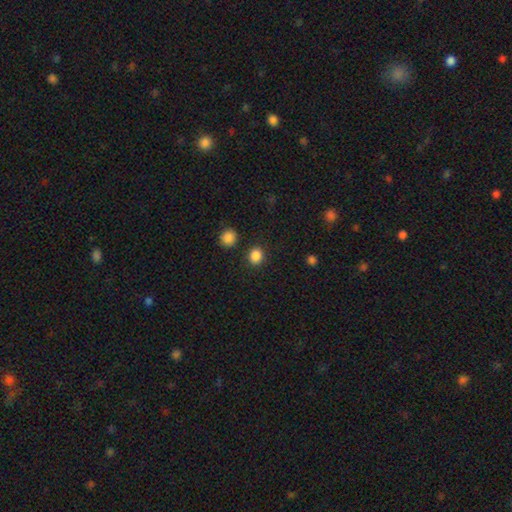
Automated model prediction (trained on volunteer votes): A smooth galaxy with no disk features (86%) that is round (75%).

Vote fractions:
- Smooth or featured? smooth: 86% / star or artifact: 11% / featured or disk: 3%
- How rounded? round: 75% / in between: 24% / cigar-shaped: 1%
- Merging? none: 87% / minor disturbance: 7% / merger: 3% / major disturbance: 3%